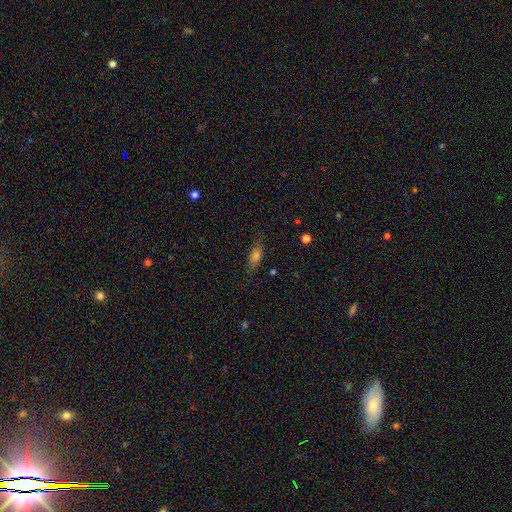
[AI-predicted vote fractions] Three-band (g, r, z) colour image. It shows a smooth galaxy with no disk features (67%) that is in between round and cigar-shaped (59%). Merging: none (77%).